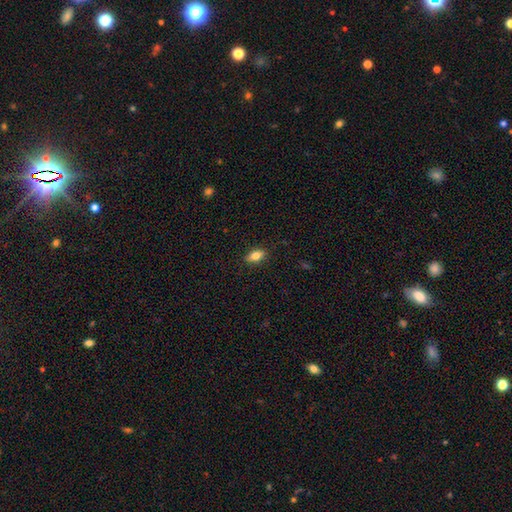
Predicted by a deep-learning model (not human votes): The model was most divided on "smooth or featured": smooth: 74%, featured or disk: 18%, star or artifact: 8%. More confident: merging — none (87%); how rounded — in between (83%).